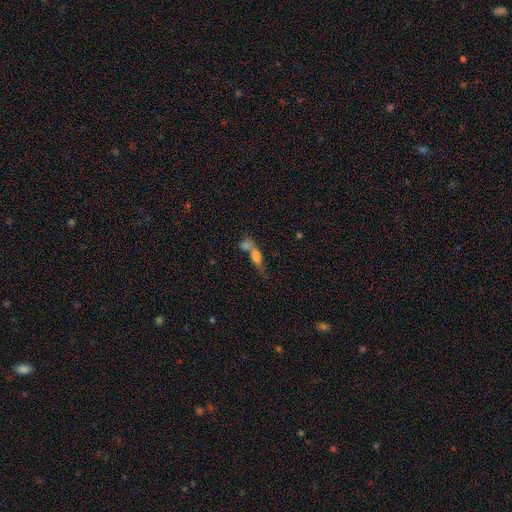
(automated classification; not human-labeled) Smooth or featured?
  - smooth: 61% *
  - featured or disk: 28%
  - star or artifact: 11%
How rounded?
  - in between: 55% *
  - cigar-shaped: 34%
  - round: 11%
Merging?
  - merger: 62% *
  - none: 21%
  - minor disturbance: 9%
  - major disturbance: 9%